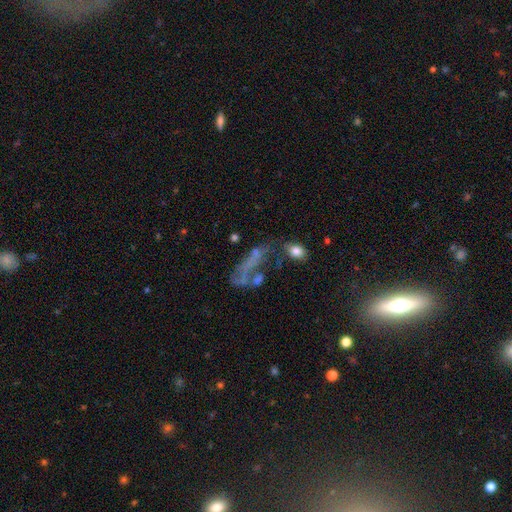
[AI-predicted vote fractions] Overall: featured or disk (40%; smooth 34%). Merging: major disturbance (35%; none 27%).